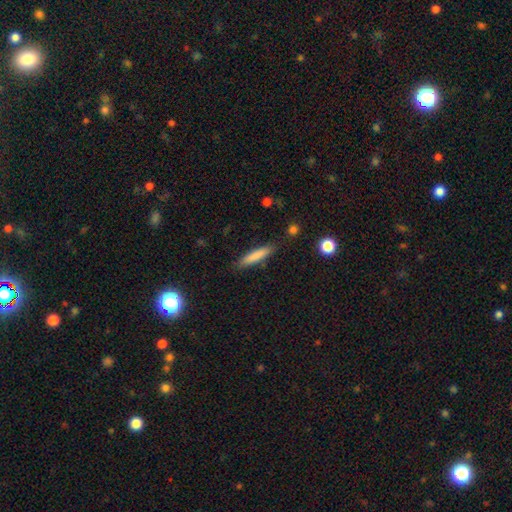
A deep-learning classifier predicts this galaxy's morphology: Smooth or featured?
  - smooth: 80% *
  - featured or disk: 13%
  - star or artifact: 7%
How rounded?
  - cigar-shaped: 88% *
  - in between: 11%
  - round: 1%
Merging?
  - none: 85% *
  - minor disturbance: 11%
  - major disturbance: 2%
  - merger: 2%